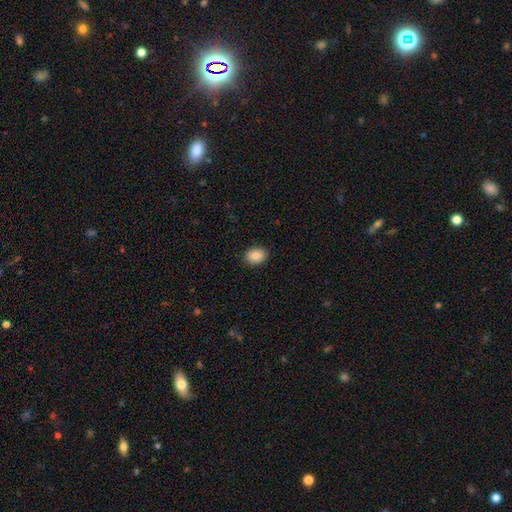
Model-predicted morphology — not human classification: smooth_or_featured: smooth (p=0.88) [alt: star or artifact p=0.08]
how_rounded: in between (p=0.66) [alt: round p=0.33]
merging: none (p=0.90) [alt: minor disturbance p=0.07]